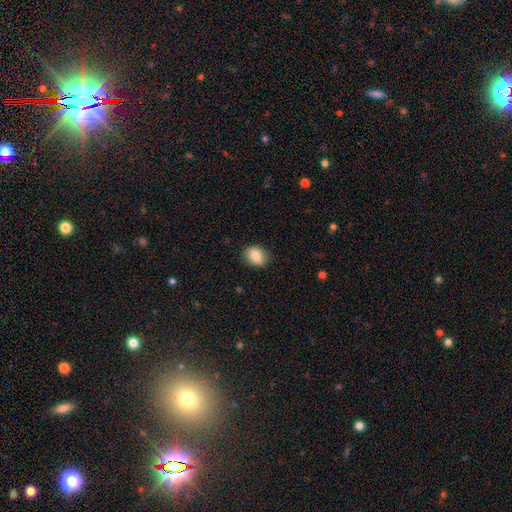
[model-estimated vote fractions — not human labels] smooth 84%, featured or disk 8%, star or artifact 8%. Down the decision tree: how rounded — in between (60%); merging — none (87%).